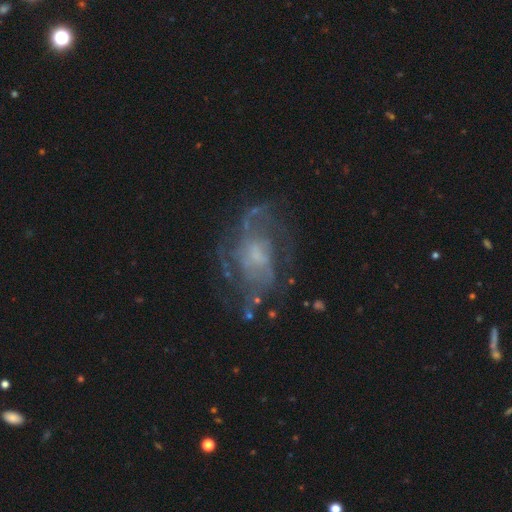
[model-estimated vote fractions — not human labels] This appears to be a featured or disk galaxy (78%) with no bar (61%), medium (43%) spiral arms (81%) and a small central bulge (41%). Merging: none (60%).